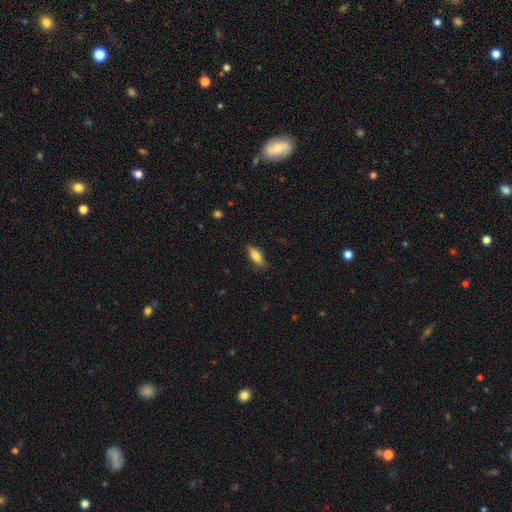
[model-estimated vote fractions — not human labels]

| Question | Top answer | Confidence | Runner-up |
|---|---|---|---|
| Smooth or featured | smooth | 76% | featured or disk (17%) |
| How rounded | in between | 67% | cigar-shaped (30%) |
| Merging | none | 82% | minor disturbance (14%) |